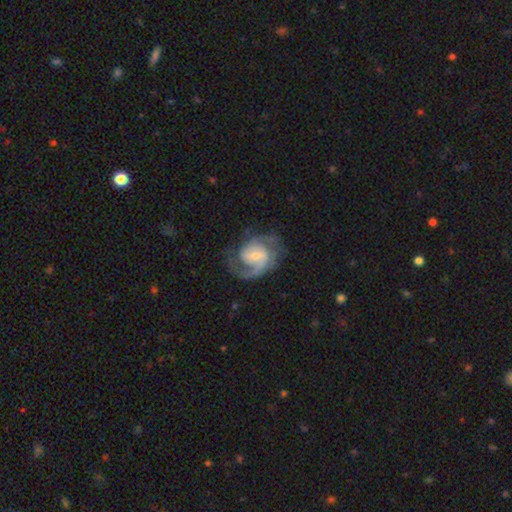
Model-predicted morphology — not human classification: Smooth or featured: featured or disk — 87% (smooth — 8%)
Edge-on disk: no — 98% (yes — 2%)
Bar: weak — 51% (no — 36%)
Spiral arms: yes — 96% (no — 4%)
Spiral winding: medium — 51% (tight — 30%)
Spiral arm count: 2 — 64% (1 — 11%)
Bulge size: small — 56% (moderate — 37%)
Merging: none — 66% (minor disturbance — 18%)